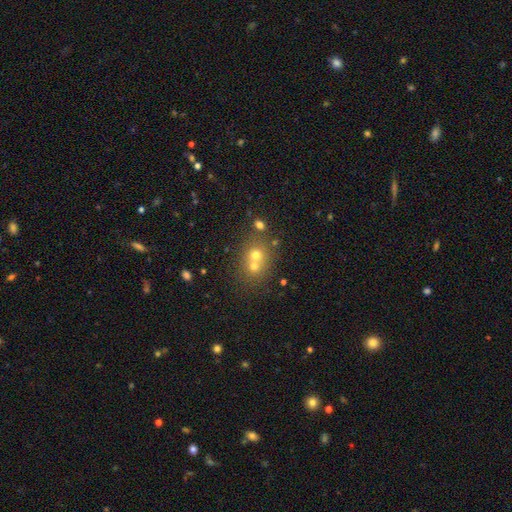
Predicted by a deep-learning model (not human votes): Smooth or featured?
  - smooth: 63% *
  - featured or disk: 20%
  - star or artifact: 17%
How rounded?
  - round: 76% *
  - in between: 23%
  - cigar-shaped: 1%
Merging?
  - merger: 54% *
  - none: 38%
  - minor disturbance: 6%
  - major disturbance: 3%